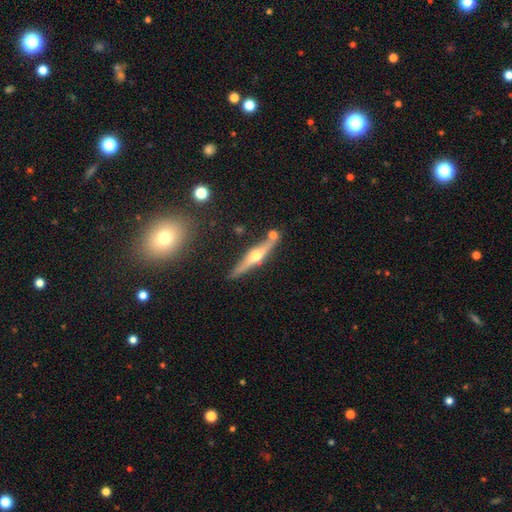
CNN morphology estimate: Smooth or featured: featured or disk — 71% (smooth — 22%)
Edge-on disk: yes — 96% (no — 4%)
Edge-on bulge: rounded — 93% (none — 3%)
Merging: none — 80% (minor disturbance — 10%)